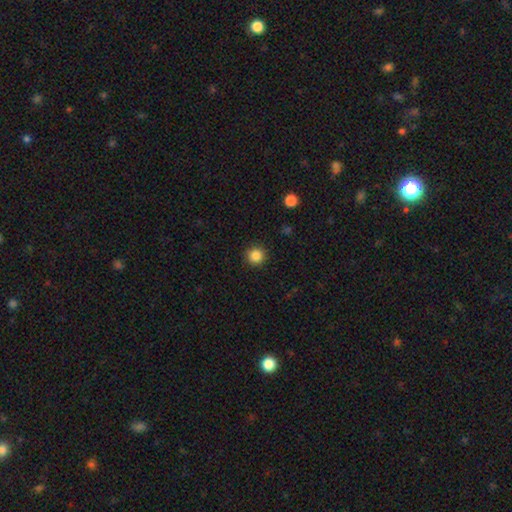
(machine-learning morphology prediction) This is clearly a smooth galaxy (86%). How rounded: clearly round (95%). Merging: clearly none (92%).